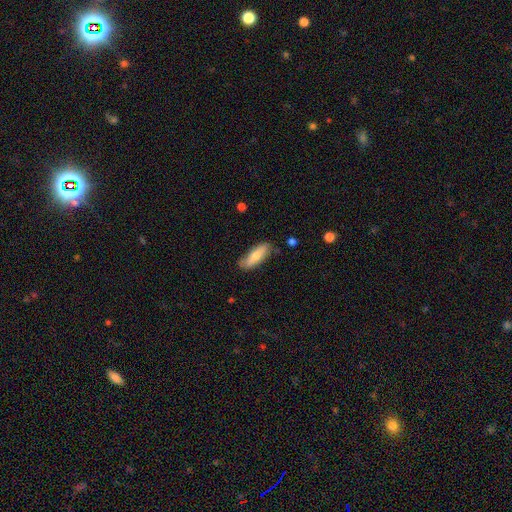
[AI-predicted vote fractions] Smooth or featured?
  - smooth: 69% *
  - featured or disk: 25%
  - star or artifact: 6%
How rounded?
  - in between: 57% *
  - cigar-shaped: 41%
  - round: 2%
Merging?
  - none: 76% *
  - minor disturbance: 18%
  - major disturbance: 3%
  - merger: 2%